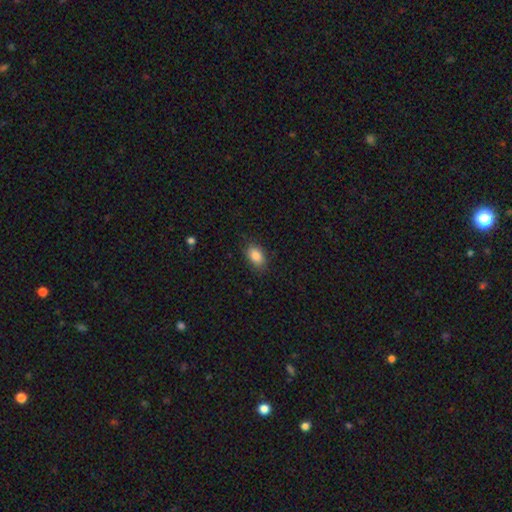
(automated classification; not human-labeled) This appears to be a smooth galaxy with no disk features (87%) that is in between round and cigar-shaped (88%). Merging: none (84%).